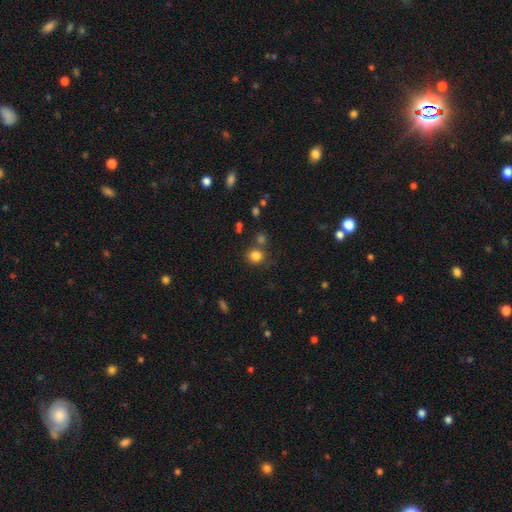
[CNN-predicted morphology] type=smooth (82%); roundness=round (87%); merging=none (73%).